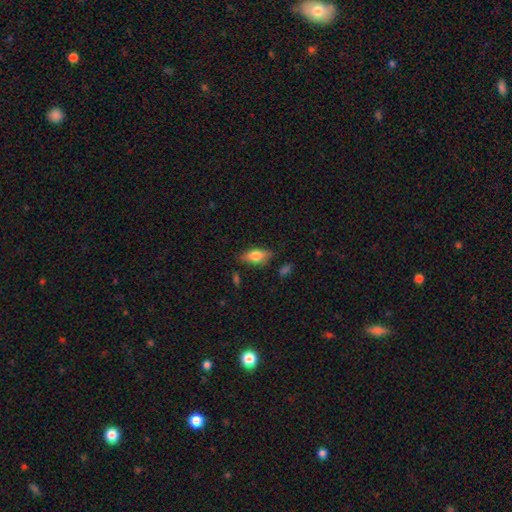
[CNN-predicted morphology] Smooth or featured?
  - smooth: 66% *
  - featured or disk: 26%
  - star or artifact: 7%
How rounded?
  - in between: 79% *
  - cigar-shaped: 16%
  - round: 5%
Merging?
  - none: 78% *
  - minor disturbance: 16%
  - major disturbance: 4%
  - merger: 2%